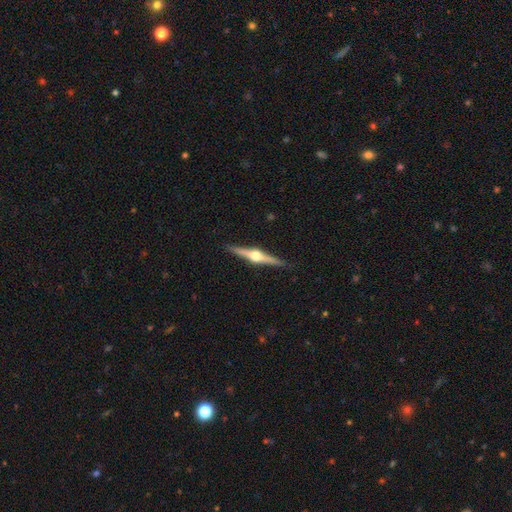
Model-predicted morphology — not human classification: A featured or disk galaxy (83%) viewed edge-on (98%) with a rounded central bulge (96%). Merging: none (91%).